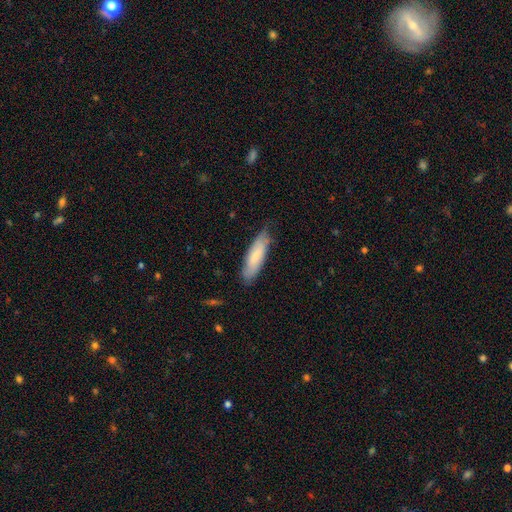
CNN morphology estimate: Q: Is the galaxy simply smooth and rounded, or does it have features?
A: smooth — 71%.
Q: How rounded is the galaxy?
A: cigar-shaped — 56%.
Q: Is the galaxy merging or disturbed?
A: none — 71%.